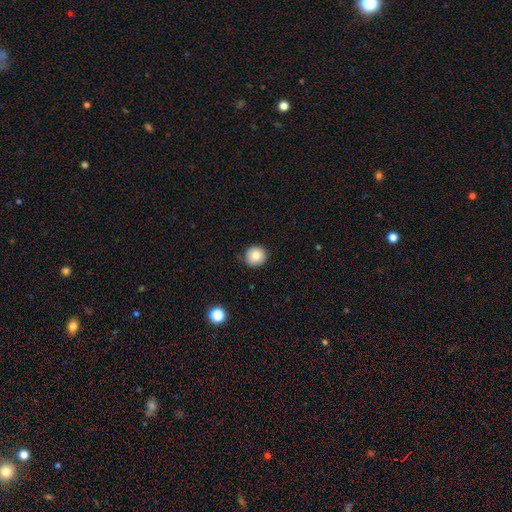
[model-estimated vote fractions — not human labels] Smooth or featured? Predicted: smooth (p=0.81). How rounded? Predicted: round (p=0.93). Merging? Predicted: none (p=0.88).